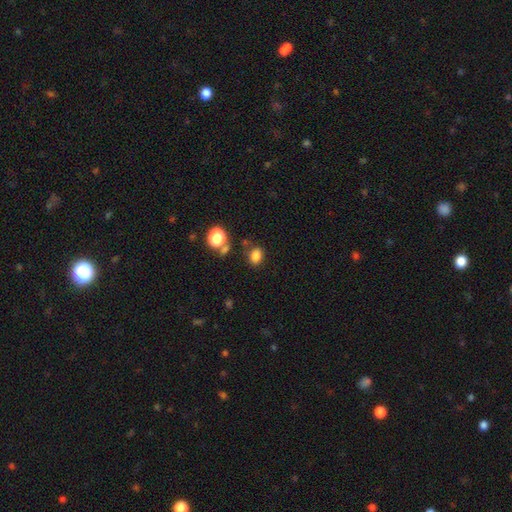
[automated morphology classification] This appears to be a smooth galaxy with no disk features (82%) that is in between round and cigar-shaped (65%). Merging: none (75%).